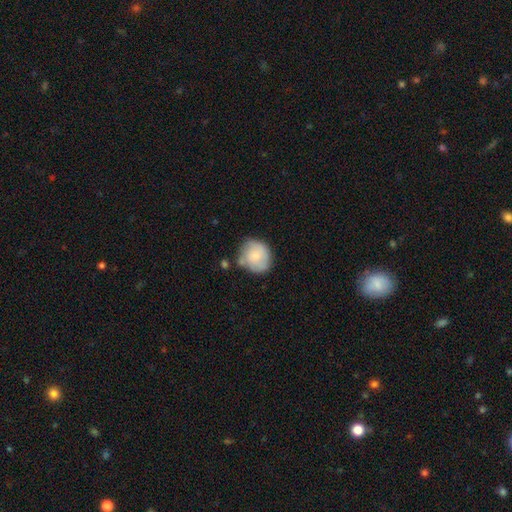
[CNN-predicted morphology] smooth-or-featured: smooth: 71% | featured or disk: 23% | star or artifact: 6%
  how-rounded: round: 75% | in between: 24% | cigar-shaped: 1%
  merging: none: 57% | minor disturbance: 26% | merger: 10% | major disturbance: 7%